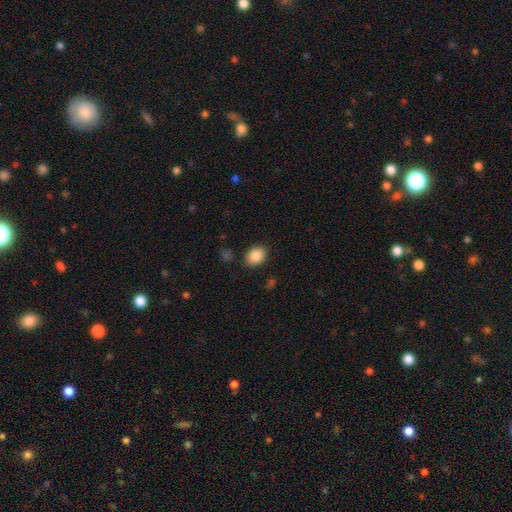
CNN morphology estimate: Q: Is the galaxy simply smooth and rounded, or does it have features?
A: smooth — 87%.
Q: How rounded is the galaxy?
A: in between — 66%.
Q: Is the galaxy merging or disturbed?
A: none — 86%.